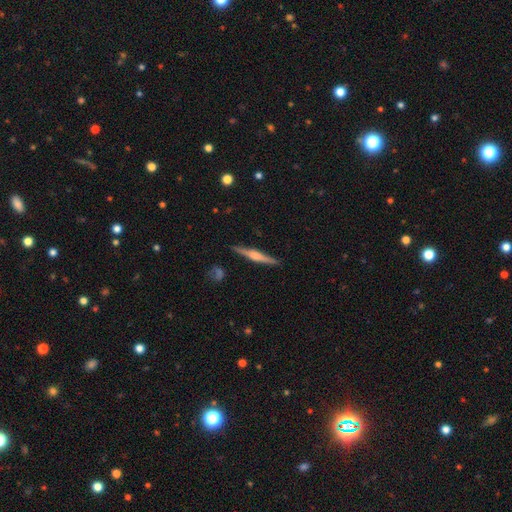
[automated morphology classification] Smooth or featured: featured or disk — 71% (smooth — 23%)
Edge-on disk: yes — 98% (no — 2%)
Edge-on bulge: rounded — 75% (boxy — 18%)
Merging: none — 89% (minor disturbance — 8%)